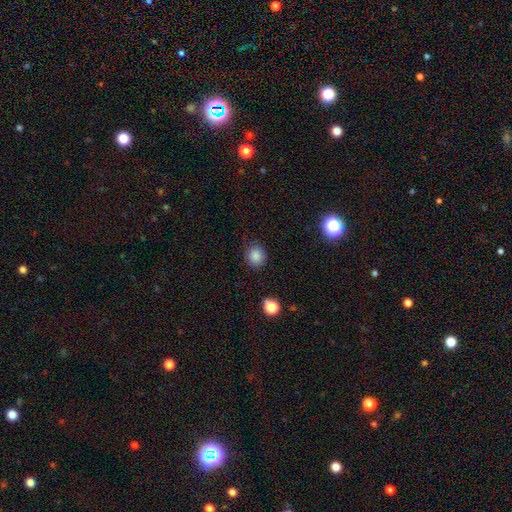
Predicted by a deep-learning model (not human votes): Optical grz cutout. It shows a smooth galaxy with no disk features (85%) that is round (76%). Merging: none (82%).